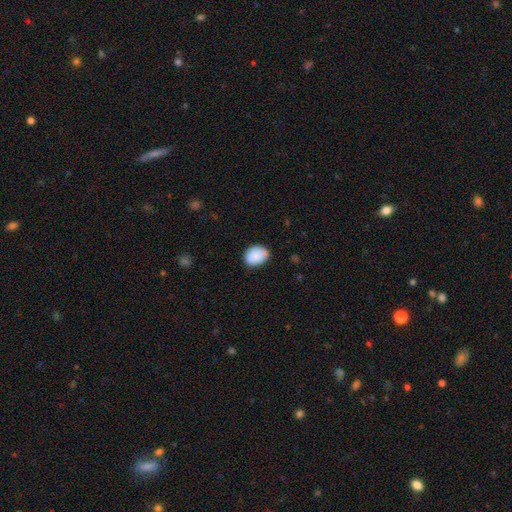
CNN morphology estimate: Smooth or featured? smooth (89%)
How rounded? in between (61%)
Merging? none (80%)